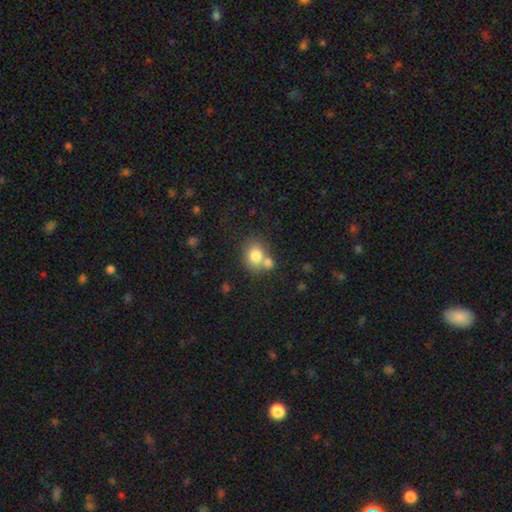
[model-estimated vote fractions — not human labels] Smooth or featured: smooth — 79% (featured or disk — 11%)
How rounded: round — 59% (in between — 40%)
Merging: none — 50% (merger — 34%)